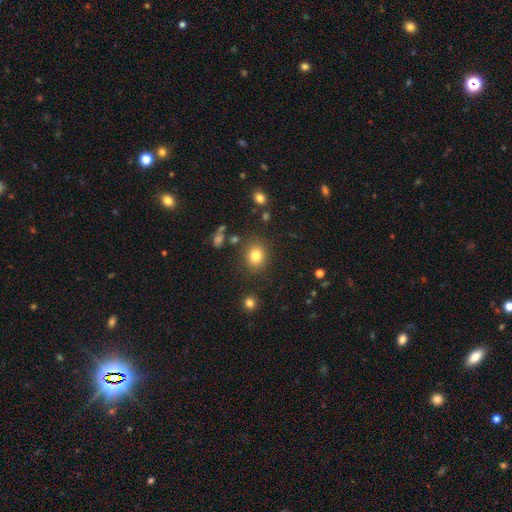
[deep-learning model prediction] Smooth or featured?
  - smooth: 81% *
  - star or artifact: 12%
  - featured or disk: 7%
How rounded?
  - round: 67% *
  - in between: 32%
  - cigar-shaped: 1%
Merging?
  - none: 85% *
  - minor disturbance: 9%
  - major disturbance: 3%
  - merger: 3%